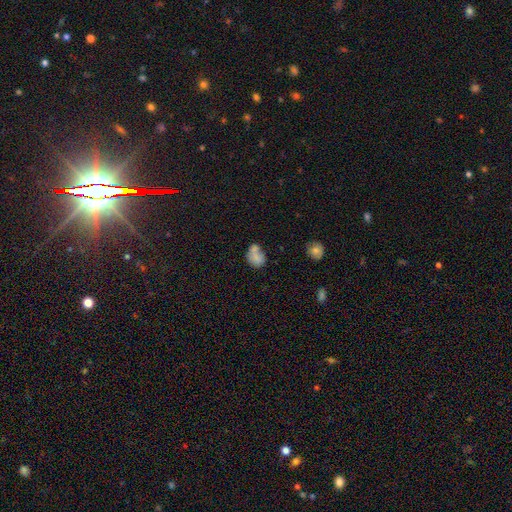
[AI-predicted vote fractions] This appears to be a smooth galaxy with no disk features (73%) that is in between round and cigar-shaped (54%). Merging: merger (38%).